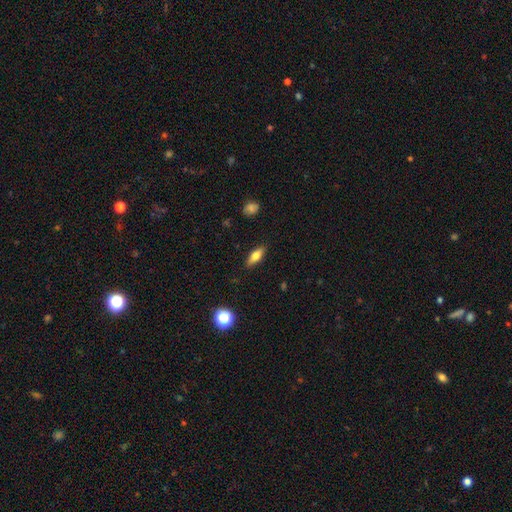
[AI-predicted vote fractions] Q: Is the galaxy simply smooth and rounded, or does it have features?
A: smooth — 66%.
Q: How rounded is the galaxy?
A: in between — 65%.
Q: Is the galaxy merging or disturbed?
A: none — 87%.